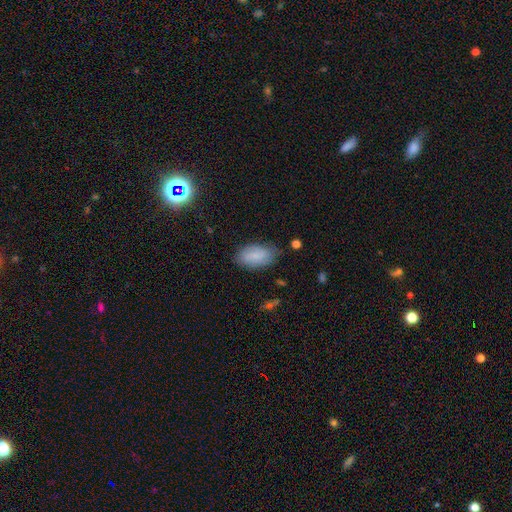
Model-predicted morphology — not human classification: A smooth galaxy with no disk features (78%) that is in between round and cigar-shaped (93%).

Vote fractions:
- Smooth or featured? smooth: 78% / featured or disk: 14% / star or artifact: 8%
- How rounded? in between: 93% / round: 4% / cigar-shaped: 3%
- Merging? none: 76% / minor disturbance: 18% / major disturbance: 4% / merger: 2%